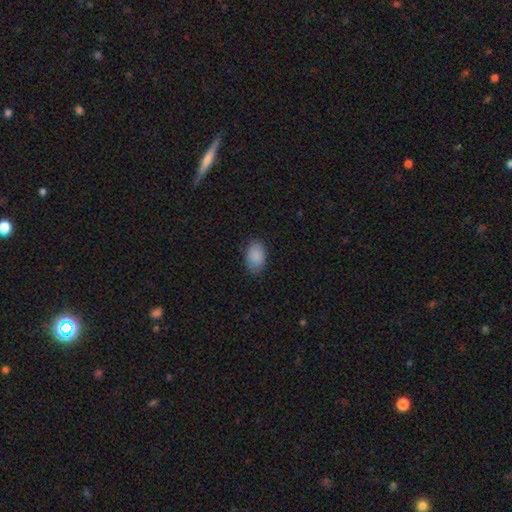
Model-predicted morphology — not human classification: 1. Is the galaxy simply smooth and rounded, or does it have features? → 89% smooth, 7% star or artifact, 4% featured or disk.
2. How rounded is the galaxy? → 90% in between, 9% round, 1% cigar-shaped.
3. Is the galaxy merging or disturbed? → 83% none, 14% minor disturbance, 3% major disturbance, 1% merger.